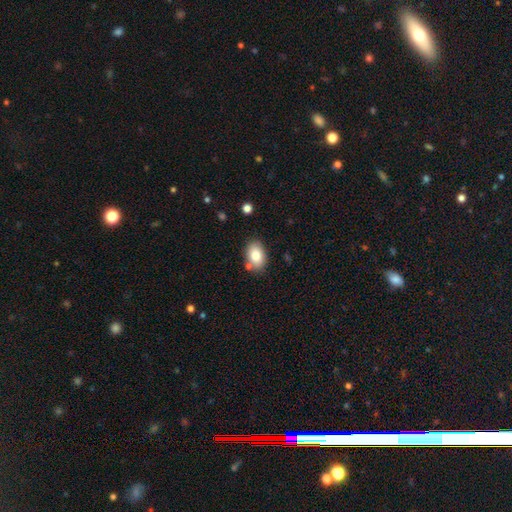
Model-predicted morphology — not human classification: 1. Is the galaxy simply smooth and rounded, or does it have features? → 81% smooth, 11% featured or disk, 8% star or artifact.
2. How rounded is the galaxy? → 85% in between, 14% round, 1% cigar-shaped.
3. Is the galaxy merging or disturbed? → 78% none, 13% minor disturbance, 6% merger, 3% major disturbance.